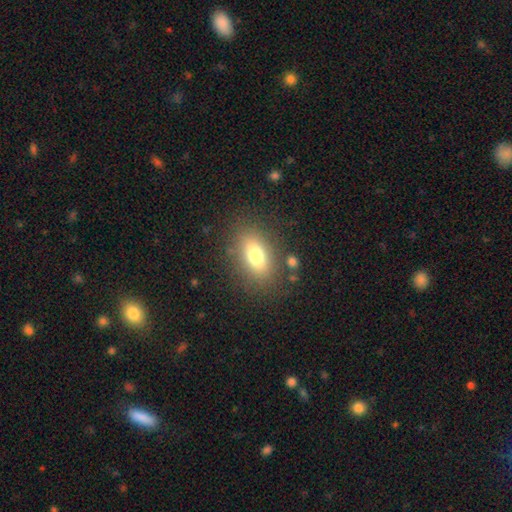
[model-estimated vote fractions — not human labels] smooth_or_featured: smooth (p=0.74) [alt: featured or disk p=0.15]
how_rounded: in between (p=0.81) [alt: round p=0.15]
merging: none (p=0.81) [alt: minor disturbance p=0.11]